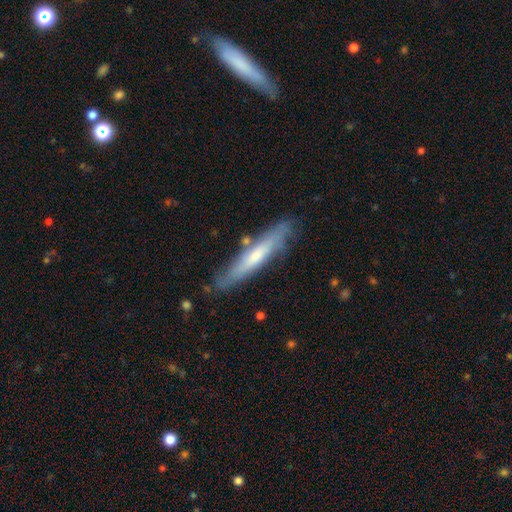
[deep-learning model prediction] Q: Smooth or featured?
A: featured or disk (49%); runner-up: smooth (45%)
Q: Merging?
A: none (78%); runner-up: minor disturbance (15%)